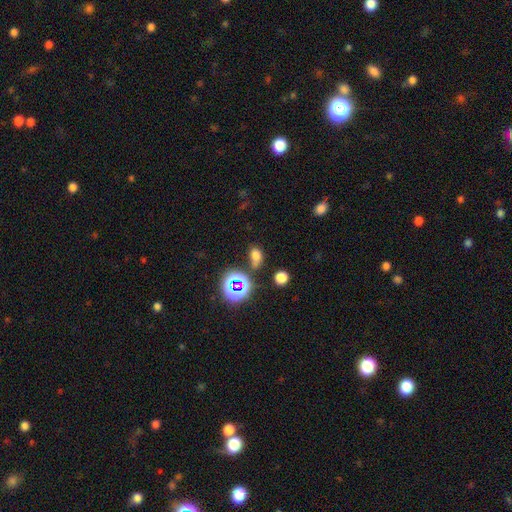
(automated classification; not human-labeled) The model was most divided on "smooth or featured": smooth: 64%, star or artifact: 27%, featured or disk: 9%. More confident: how rounded — in between (72%); merging — none (57%).